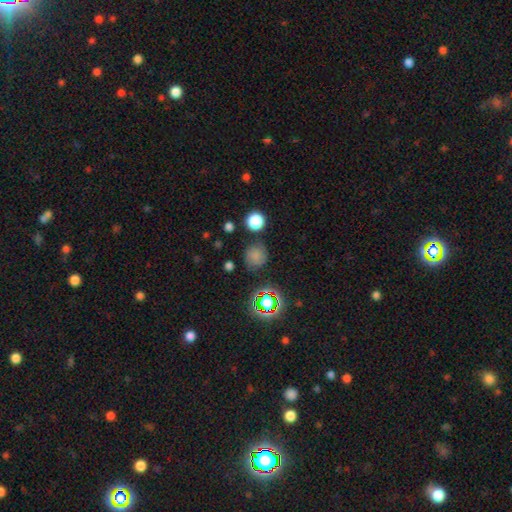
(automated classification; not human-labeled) Smooth or featured?
  - smooth: 66% *
  - star or artifact: 22%
  - featured or disk: 12%
How rounded?
  - round: 85% *
  - in between: 14%
  - cigar-shaped: 1%
Merging?
  - none: 71% *
  - minor disturbance: 18%
  - major disturbance: 7%
  - merger: 5%